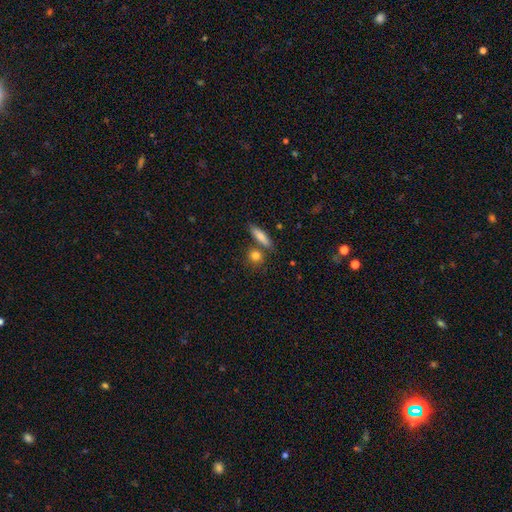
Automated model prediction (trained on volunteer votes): Morphology: type=smooth (83%); roundness=round (62%); merging=none (72%).